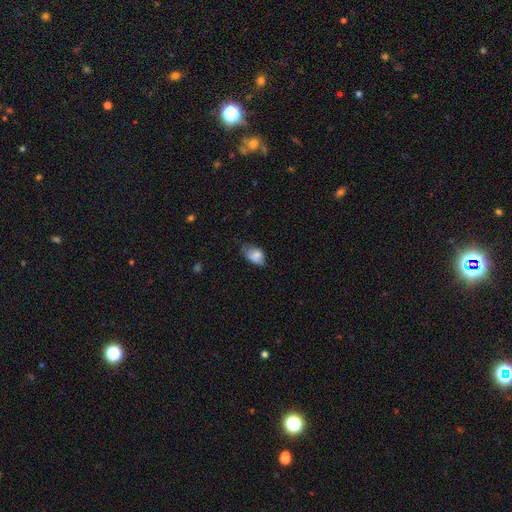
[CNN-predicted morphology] A smooth galaxy with no disk features (80%) that is in between round and cigar-shaped (90%). Merging: none (43%).